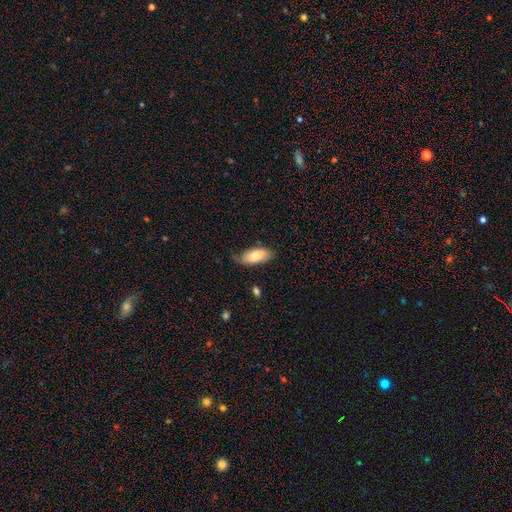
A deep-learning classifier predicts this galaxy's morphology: The model was most divided on "merging": none: 62%, minor disturbance: 30%, major disturbance: 6%, merger: 2%. More confident: how rounded — in between (88%); smooth or featured — smooth (79%).